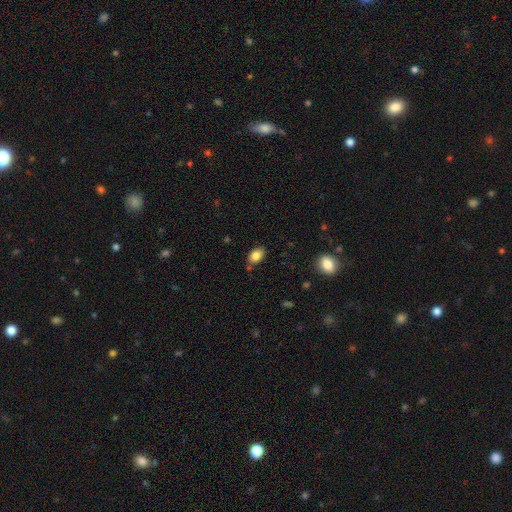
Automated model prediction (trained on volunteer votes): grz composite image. It shows a smooth galaxy with no disk features (84%) that is in between round and cigar-shaped (84%). Merging: none (80%).